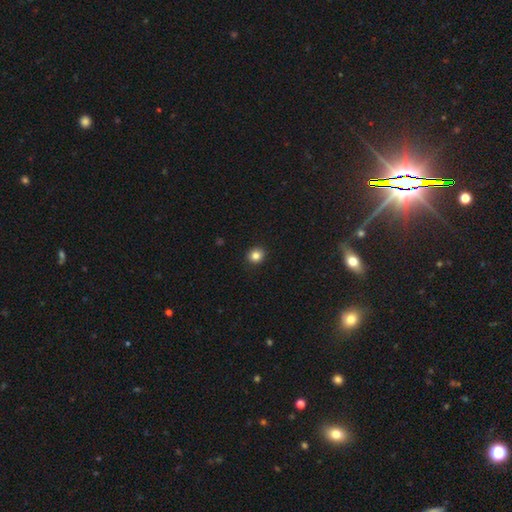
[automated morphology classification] This appears to be a smooth galaxy with no disk features (84%) that is round (79%). Merging: none (91%).